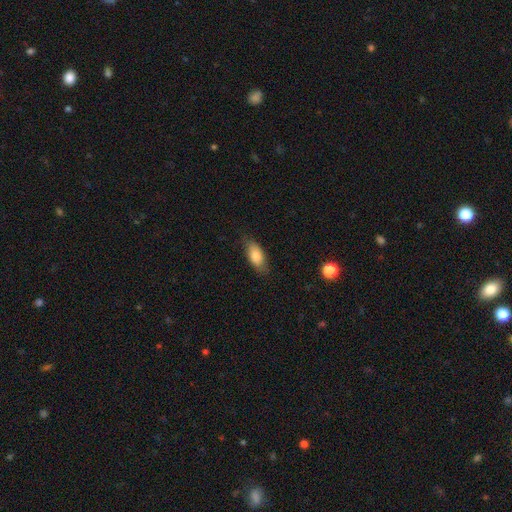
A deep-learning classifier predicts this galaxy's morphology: Smooth or featured: smooth — 80% (featured or disk — 14%)
How rounded: in between — 86% (cigar-shaped — 10%)
Merging: none — 79% (minor disturbance — 17%)